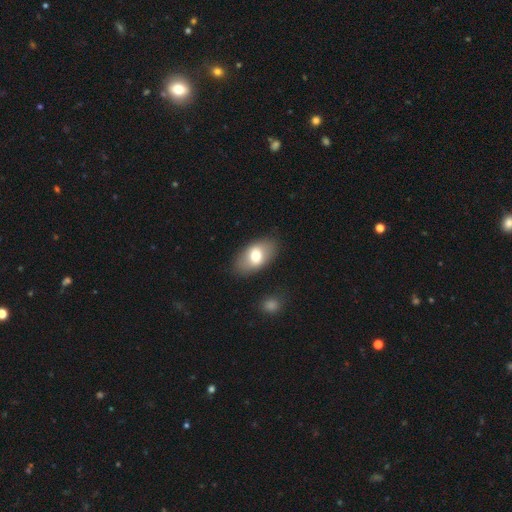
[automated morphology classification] Q: Smooth or featured?
A: smooth (70%); runner-up: featured or disk (23%)
Q: How rounded?
A: in between (91%); runner-up: round (7%)
Q: Merging?
A: none (83%); runner-up: minor disturbance (11%)